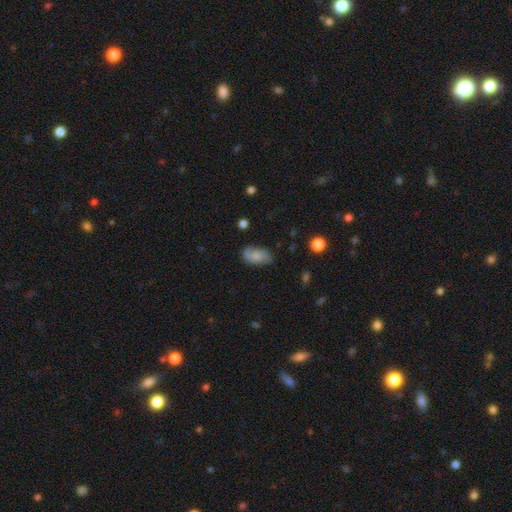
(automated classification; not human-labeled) smooth 55%, featured or disk 36%, star or artifact 9%. Down the decision tree: how rounded — in between (90%); merging — none (69%).